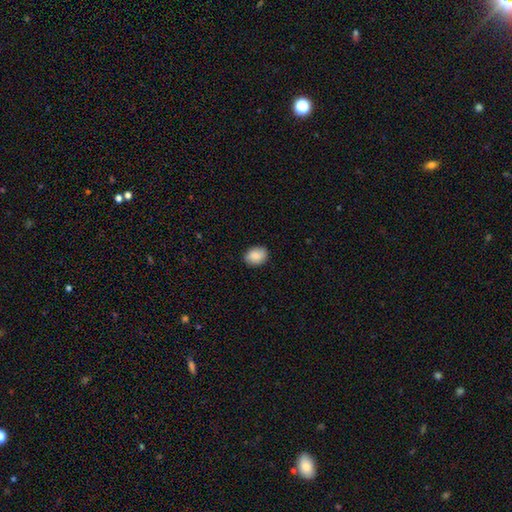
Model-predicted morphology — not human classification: smooth_or_featured: smooth (p=0.88) [alt: star or artifact p=0.07]
how_rounded: in between (p=0.68) [alt: round p=0.31]
merging: none (p=0.86) [alt: minor disturbance p=0.11]